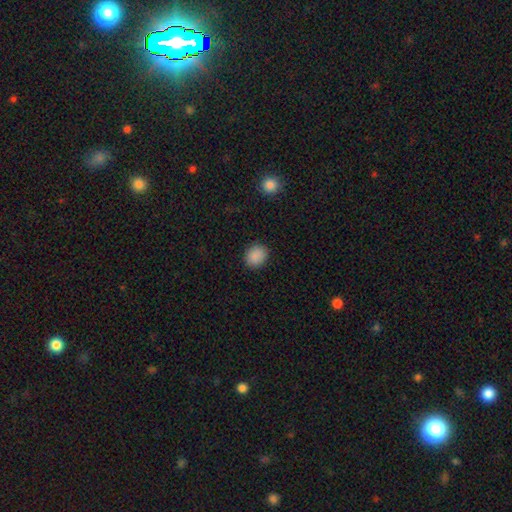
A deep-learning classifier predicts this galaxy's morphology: Smooth or featured: smooth — 88% (star or artifact — 9%)
How rounded: round — 64% (in between — 36%)
Merging: none — 89% (minor disturbance — 8%)